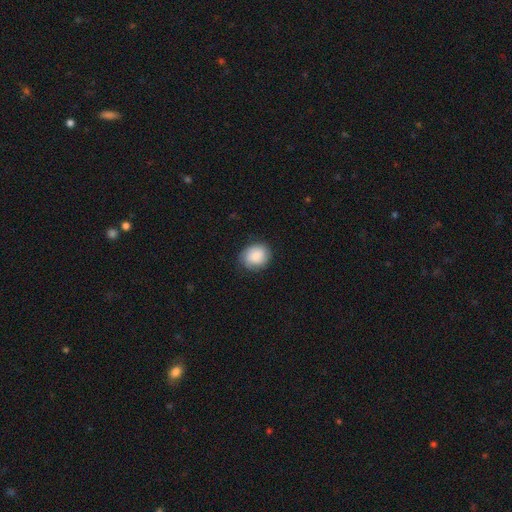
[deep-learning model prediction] Smooth or featured?
  - smooth: 76% *
  - featured or disk: 17%
  - star or artifact: 7%
How rounded?
  - round: 64% *
  - in between: 35%
  - cigar-shaped: 1%
Merging?
  - none: 80% *
  - minor disturbance: 15%
  - major disturbance: 4%
  - merger: 1%